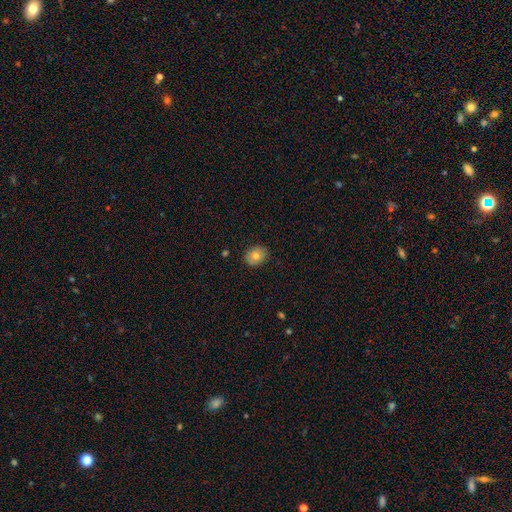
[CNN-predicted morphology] A smooth galaxy with no disk features (78%) that is round (63%). Merging: none (88%).